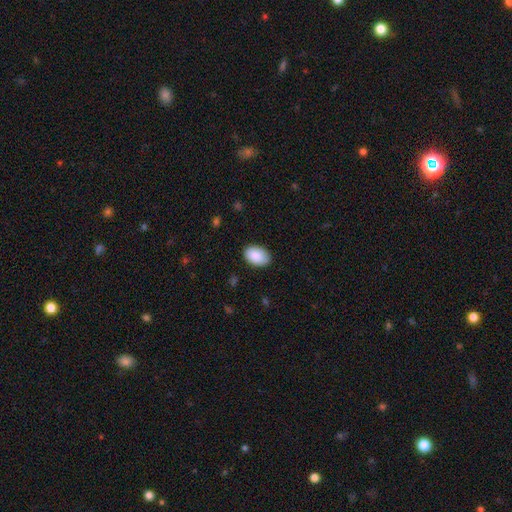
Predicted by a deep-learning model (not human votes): Overall: smooth (89%). How rounded: in between (89%). Merging: none (86%).